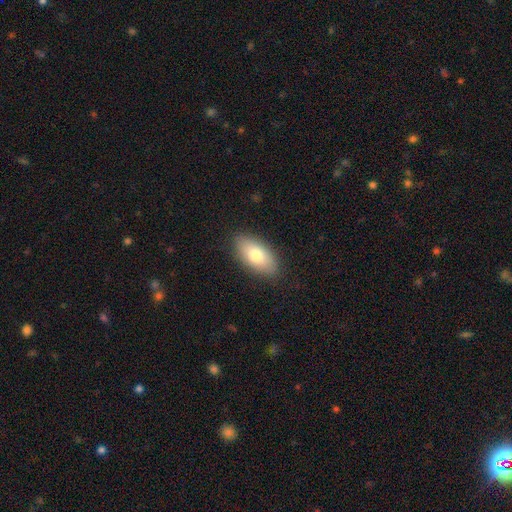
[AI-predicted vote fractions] Q: Smooth or featured?
A: smooth (76%); runner-up: featured or disk (17%)
Q: How rounded?
A: in between (91%); runner-up: cigar-shaped (5%)
Q: Merging?
A: none (87%); runner-up: minor disturbance (10%)